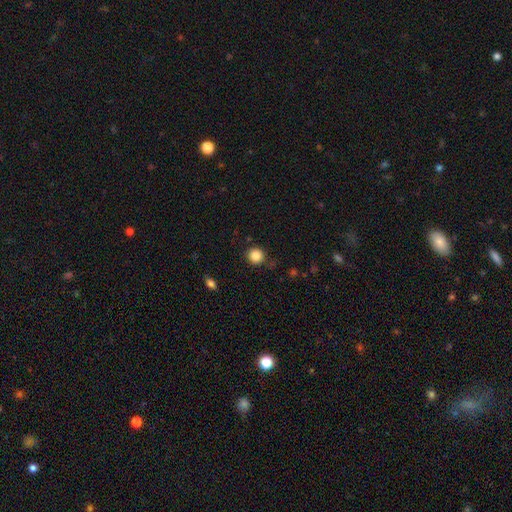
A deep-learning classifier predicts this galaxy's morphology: Overall: smooth (86%). How rounded: round (93%). Merging: none (87%).